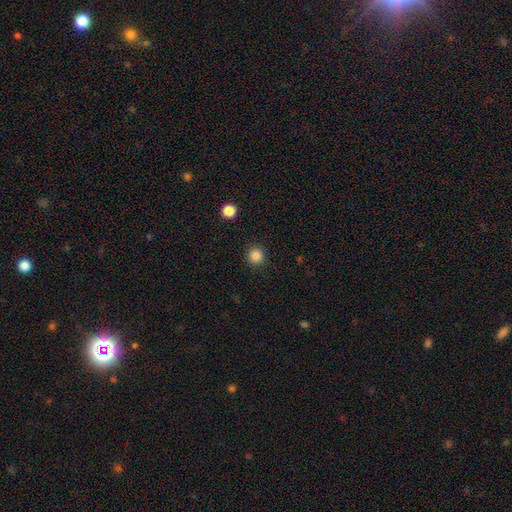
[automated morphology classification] Smooth or featured? Predicted: smooth (p=0.85). How rounded? Predicted: round (p=0.94). Merging? Predicted: none (p=0.91).